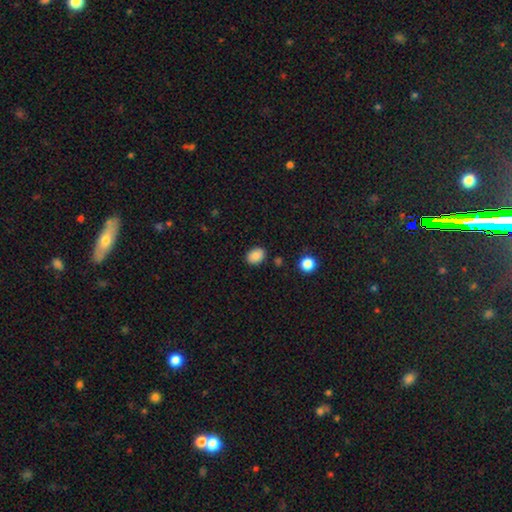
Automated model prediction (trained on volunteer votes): Smooth or featured?
  - smooth: 86% *
  - star or artifact: 9%
  - featured or disk: 5%
How rounded?
  - in between: 67% *
  - round: 32%
  - cigar-shaped: 1%
Merging?
  - none: 85% *
  - minor disturbance: 10%
  - major disturbance: 2%
  - merger: 2%